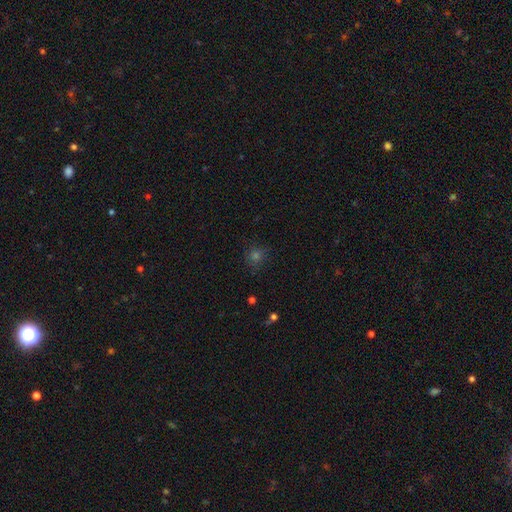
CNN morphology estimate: Smooth or featured?
  - smooth: 61% *
  - star or artifact: 30%
  - featured or disk: 8%
How rounded?
  - round: 88% *
  - in between: 11%
  - cigar-shaped: 1%
Merging?
  - none: 83% *
  - minor disturbance: 11%
  - major disturbance: 4%
  - merger: 2%